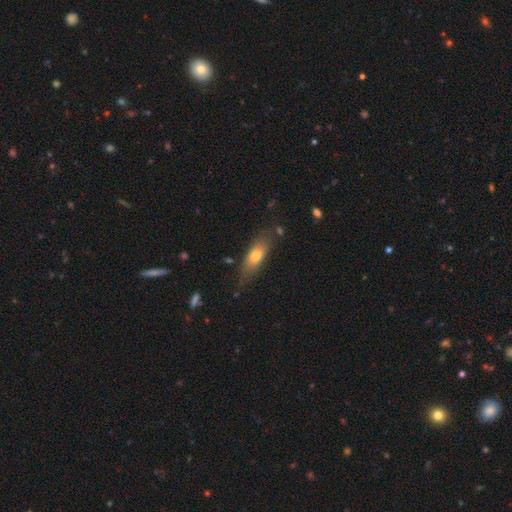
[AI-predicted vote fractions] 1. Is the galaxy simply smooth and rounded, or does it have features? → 69% smooth, 25% featured or disk, 7% star or artifact.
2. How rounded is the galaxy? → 65% in between, 31% cigar-shaped, 4% round.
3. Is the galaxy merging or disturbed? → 69% none, 21% minor disturbance, 6% major disturbance, 3% merger.